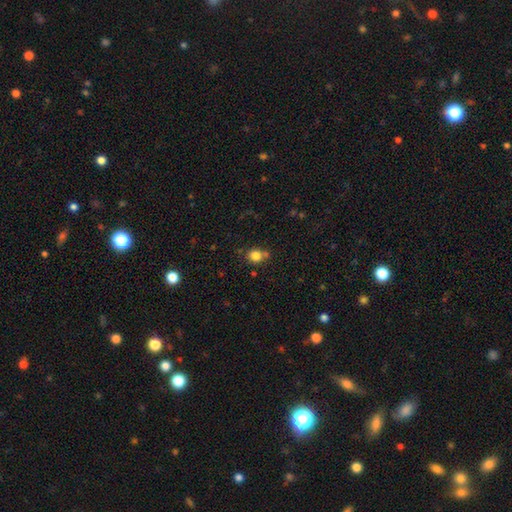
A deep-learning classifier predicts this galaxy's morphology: A smooth galaxy with no disk features (81%) that is round (77%). Merging: none (68%).